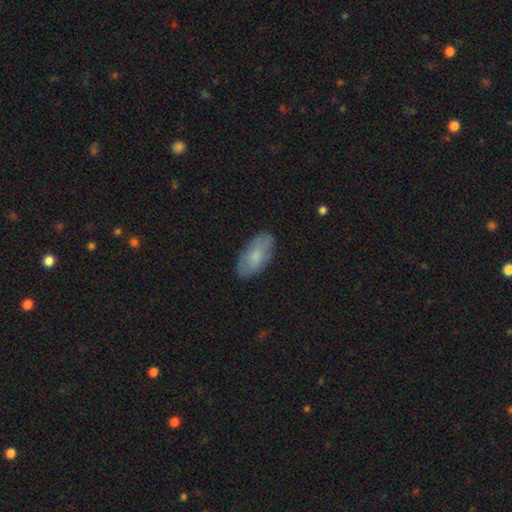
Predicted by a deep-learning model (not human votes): Smooth or featured? smooth (70%)
How rounded? in between (91%)
Merging? none (79%)